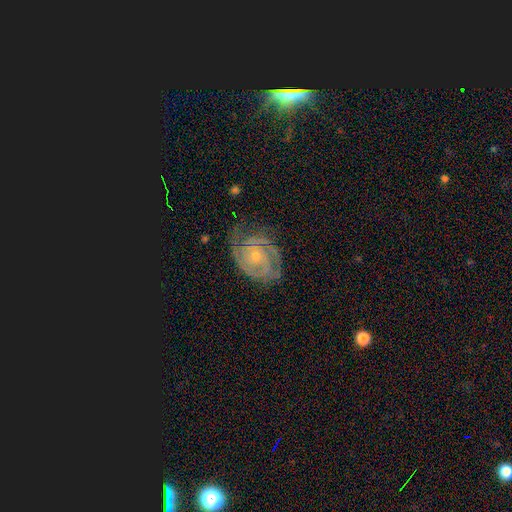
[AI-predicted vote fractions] Smooth or featured? Predicted: featured or disk (p=0.86). Edge-on disk? Predicted: no (p=0.97). Bar? Predicted: no (p=0.75). Spiral arms? Predicted: yes (p=0.96). Spiral winding? Predicted: tight (p=0.69). Spiral arm count? Predicted: 2 (p=0.38). Bulge size? Predicted: small (p=0.67). Merging? Predicted: none (p=0.65).